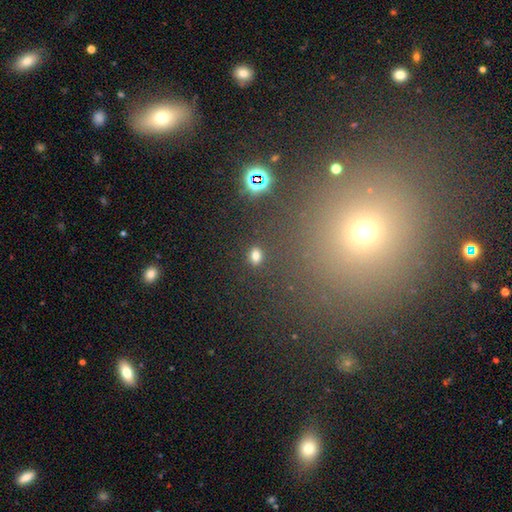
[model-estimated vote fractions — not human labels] Morphology: type=smooth (75%); roundness=in between (72%); merging=none (86%).